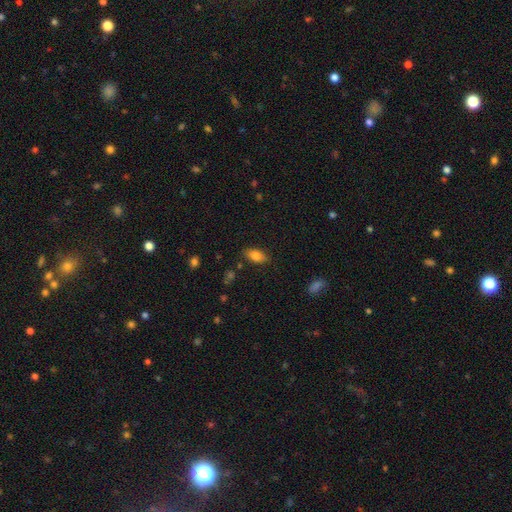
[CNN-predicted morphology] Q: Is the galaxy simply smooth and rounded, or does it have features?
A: smooth — 82%.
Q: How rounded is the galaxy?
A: in between — 89%.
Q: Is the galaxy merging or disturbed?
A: none — 84%.